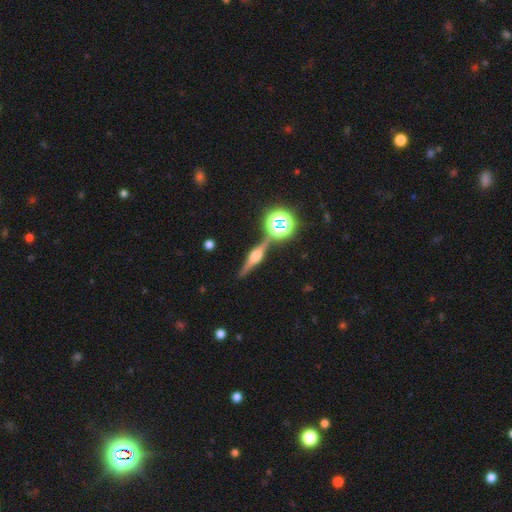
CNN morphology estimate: smooth-or-featured: featured or disk: 78% | star or artifact: 11% | smooth: 11%
  disk-edge-on: yes: 97% | no: 3%
    edge-on-bulge: rounded: 90% | boxy: 8% | none: 2%
  merging: none: 85% | minor disturbance: 8% | merger: 5% | major disturbance: 2%